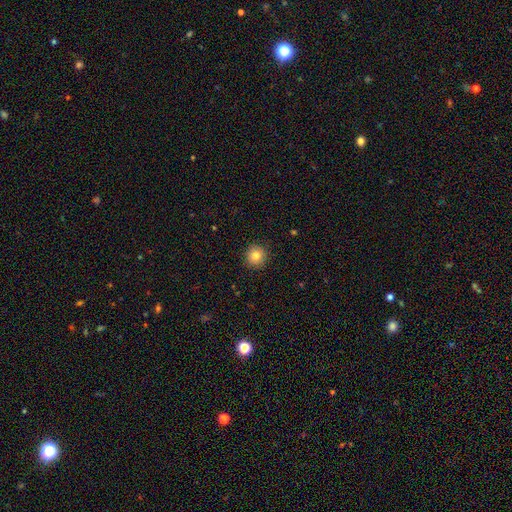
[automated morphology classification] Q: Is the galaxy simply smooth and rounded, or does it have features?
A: smooth — 81%.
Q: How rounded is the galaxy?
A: round — 93%.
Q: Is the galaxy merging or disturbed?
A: none — 91%.